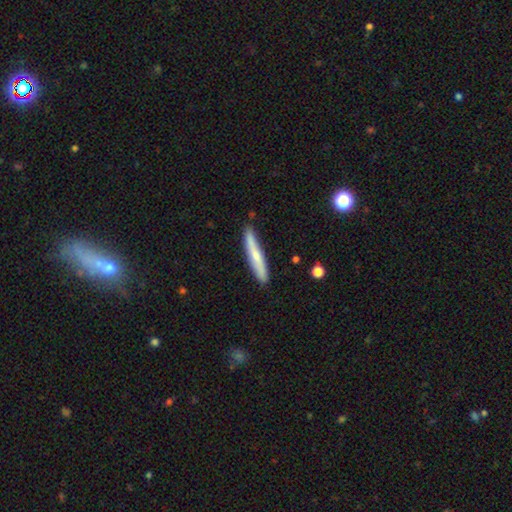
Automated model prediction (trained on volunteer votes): Smooth or featured: smooth — 53% (featured or disk — 42%)
How rounded: cigar-shaped — 93% (in between — 6%)
Merging: none — 84% (minor disturbance — 13%)